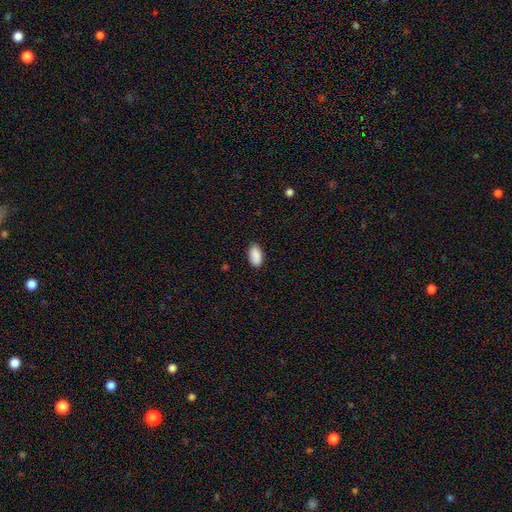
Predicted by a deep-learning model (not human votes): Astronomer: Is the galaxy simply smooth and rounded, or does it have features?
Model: smooth — 88%.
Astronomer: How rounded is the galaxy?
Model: in between — 93%.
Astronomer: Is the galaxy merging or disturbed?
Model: none — 85%.